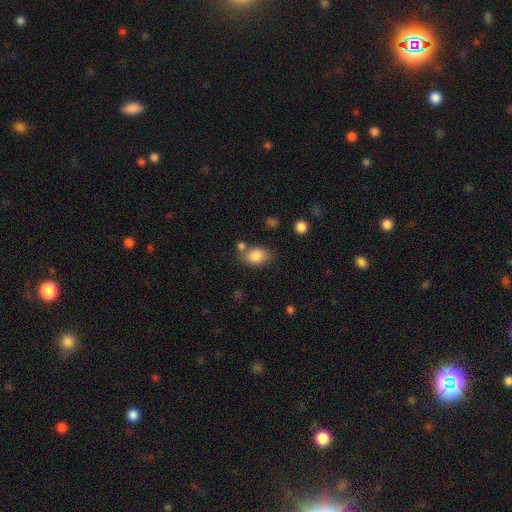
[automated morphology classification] A smooth galaxy with no disk features (85%) that is in between round and cigar-shaped (76%). Merging: none (61%).